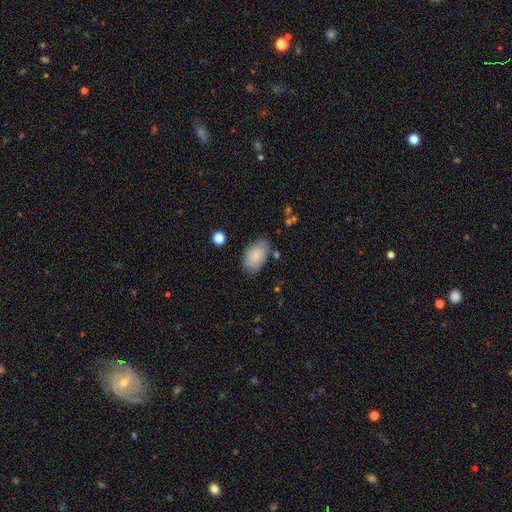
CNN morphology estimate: This appears to be a smooth galaxy with no disk features (85%) that is in between round and cigar-shaped (94%). Merging: none (76%).